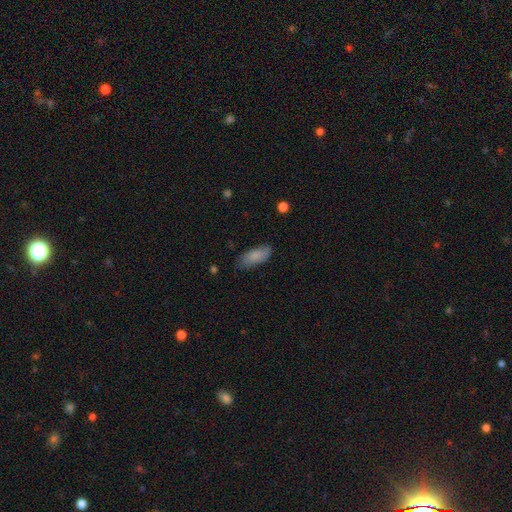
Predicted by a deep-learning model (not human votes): Overall: smooth (84%). How rounded: in between (81%). Merging: none (76%).